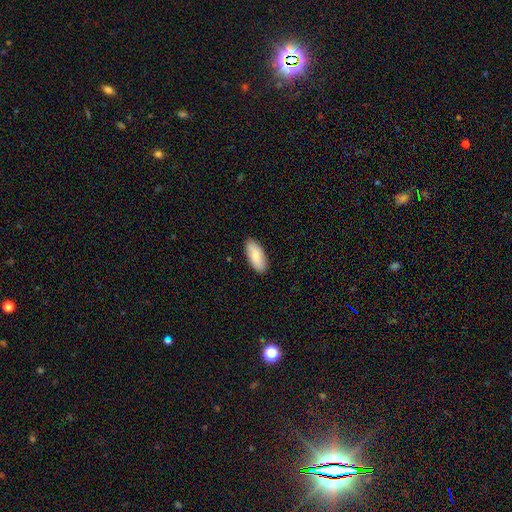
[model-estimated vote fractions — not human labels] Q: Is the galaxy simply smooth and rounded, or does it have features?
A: smooth — 82%.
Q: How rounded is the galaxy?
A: in between — 88%.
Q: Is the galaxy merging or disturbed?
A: none — 89%.